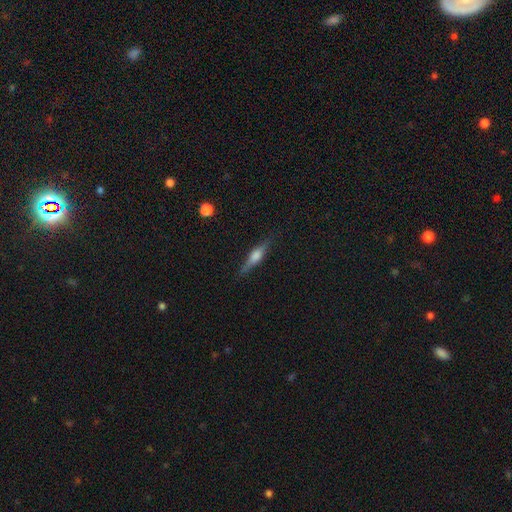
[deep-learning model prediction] smooth-or-featured: featured or disk: 65% | smooth: 28% | star or artifact: 7%
  disk-edge-on: yes: 97% | no: 3%
    edge-on-bulge: rounded: 77% | boxy: 18% | none: 5%
  merging: none: 86% | minor disturbance: 10% | major disturbance: 2% | merger: 1%